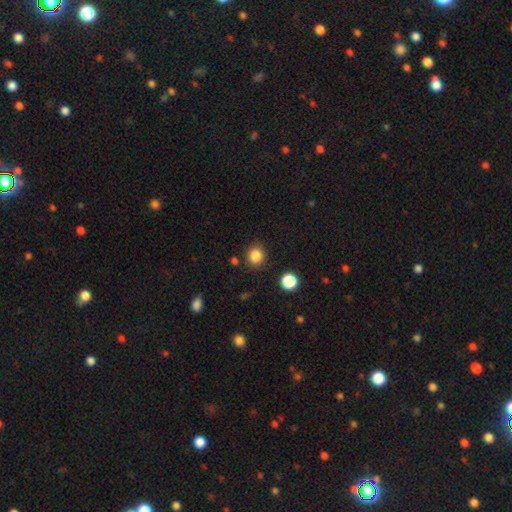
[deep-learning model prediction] This appears to be a smooth galaxy with no disk features (85%) that is round (82%). Merging: none (85%).